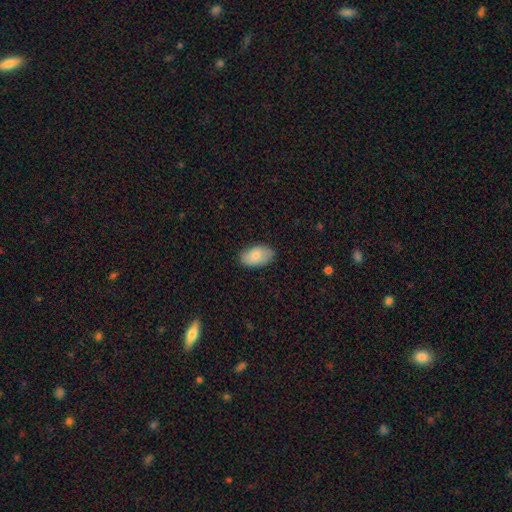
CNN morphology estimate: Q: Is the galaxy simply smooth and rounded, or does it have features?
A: smooth — 82%.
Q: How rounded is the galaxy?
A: in between — 94%.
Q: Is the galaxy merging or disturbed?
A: none — 84%.